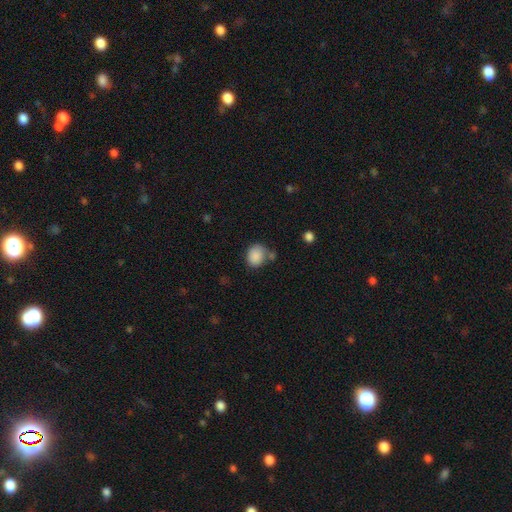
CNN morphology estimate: smooth_or_featured: smooth (p=0.88) [alt: star or artifact p=0.08]
how_rounded: round (p=0.55) [alt: in between p=0.45]
merging: none (p=0.64) [alt: minor disturbance p=0.18]